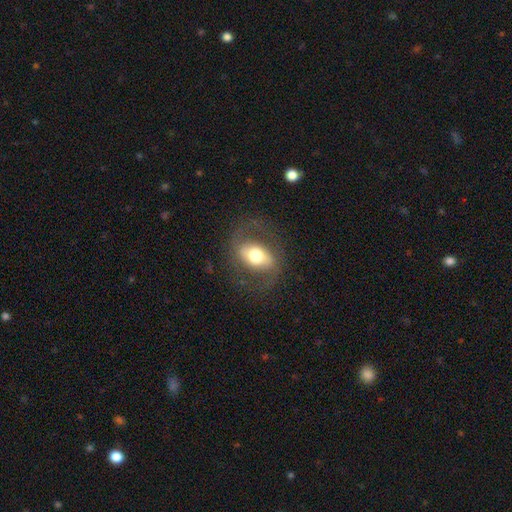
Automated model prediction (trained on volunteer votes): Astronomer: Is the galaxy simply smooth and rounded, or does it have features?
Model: featured or disk — 55% (runner-up: smooth, 38%).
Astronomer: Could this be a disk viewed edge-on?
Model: no — 91%.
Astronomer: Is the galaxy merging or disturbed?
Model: none — 74%.